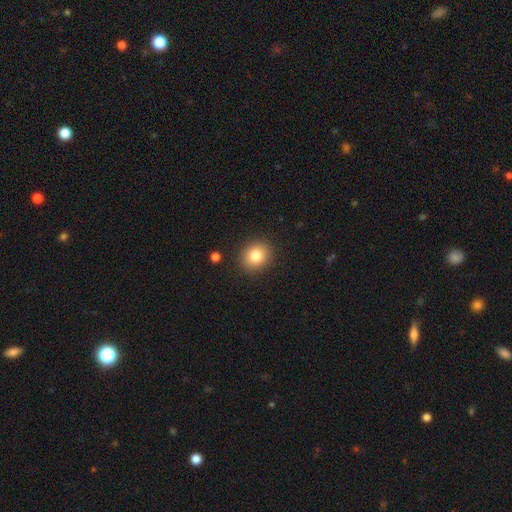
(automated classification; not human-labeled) Q: Smooth or featured?
A: smooth (82%); runner-up: star or artifact (10%)
Q: How rounded?
A: round (70%); runner-up: in between (29%)
Q: Merging?
A: none (89%); runner-up: minor disturbance (7%)